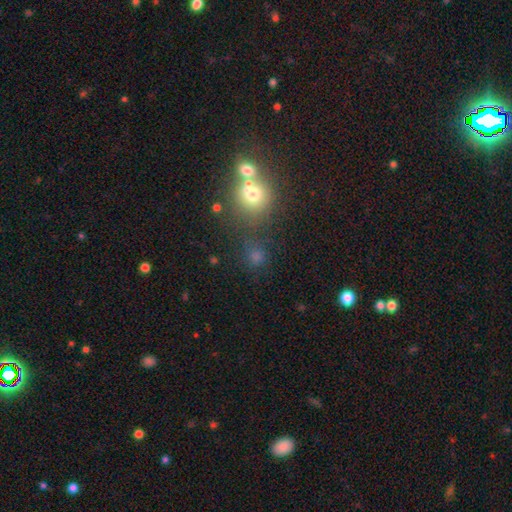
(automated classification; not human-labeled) A smooth galaxy with no disk features (62%) that is round (83%). Merging: none (58%).